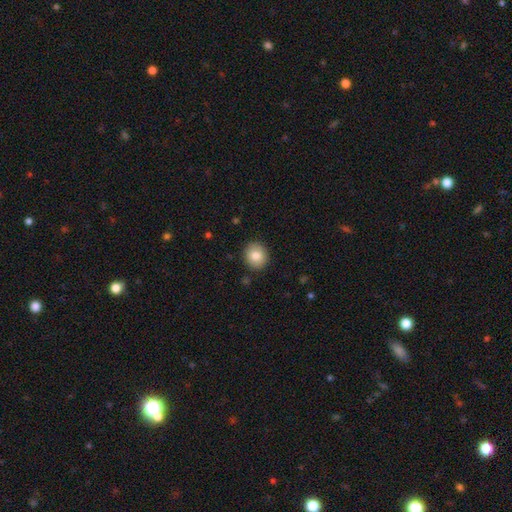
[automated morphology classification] This appears to be a smooth galaxy with no disk features (83%) that is round (75%). Merging: none (90%).